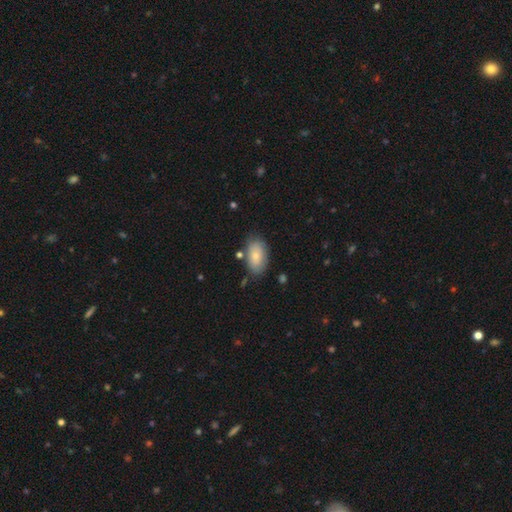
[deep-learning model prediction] Smooth or featured: smooth — 79% (featured or disk — 15%)
How rounded: in between — 93% (round — 5%)
Merging: none — 76% (minor disturbance — 16%)